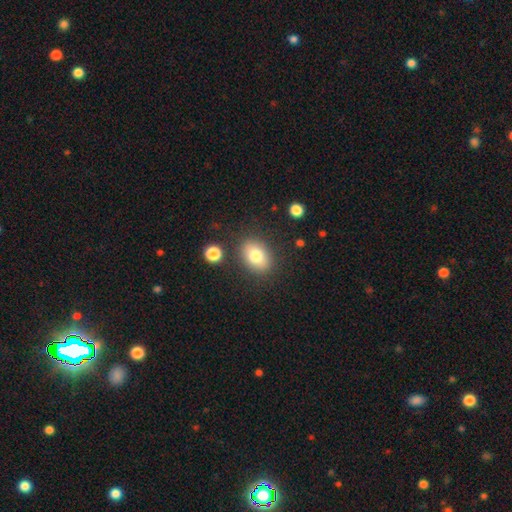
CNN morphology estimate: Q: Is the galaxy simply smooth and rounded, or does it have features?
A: smooth — 77%.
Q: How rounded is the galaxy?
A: in between — 71%.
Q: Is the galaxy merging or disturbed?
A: none — 83%.